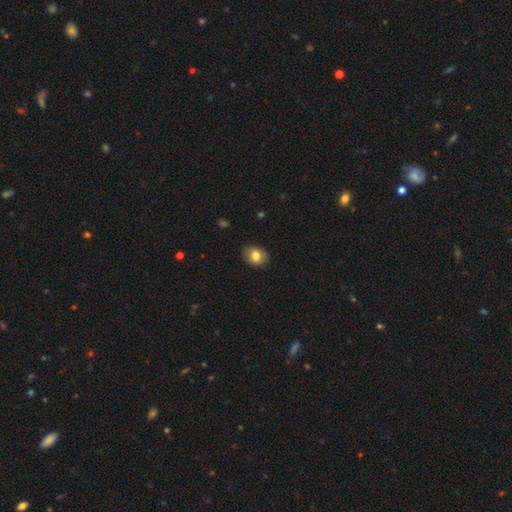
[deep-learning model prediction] Smooth or featured? Predicted: smooth (p=0.82). How rounded? Predicted: in between (p=0.51). Merging? Predicted: none (p=0.85).